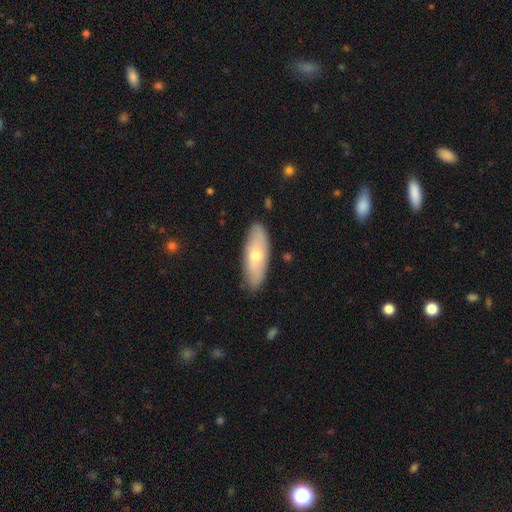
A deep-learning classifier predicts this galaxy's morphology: Smooth or featured? smooth (60%)
How rounded? in between (67%)
Merging? none (87%)